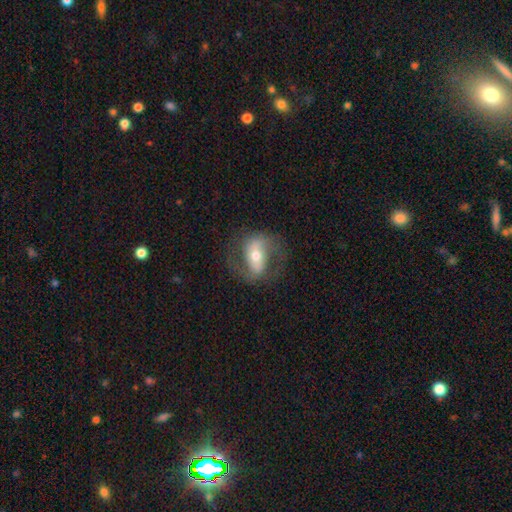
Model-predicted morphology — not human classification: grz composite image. It shows a featured or disk galaxy (74%) with a strong bar (48%), 2 (86%) medium (50%) spiral arms (85%) and a moderate central bulge (61%). Merging: none (73%).